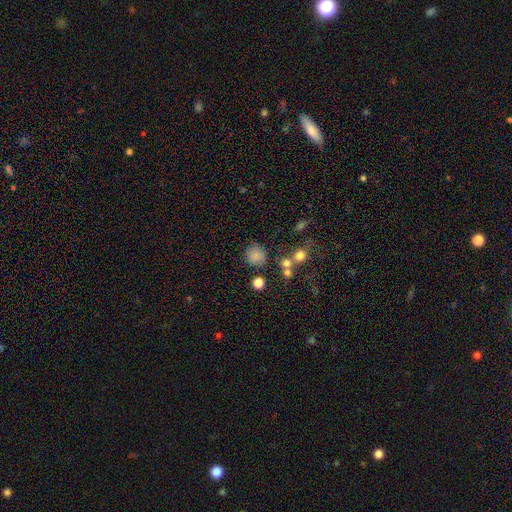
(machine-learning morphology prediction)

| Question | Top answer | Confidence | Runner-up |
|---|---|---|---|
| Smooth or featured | smooth | 80% | star or artifact (13%) |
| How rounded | round | 88% | in between (11%) |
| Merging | none | 75% | minor disturbance (12%) |